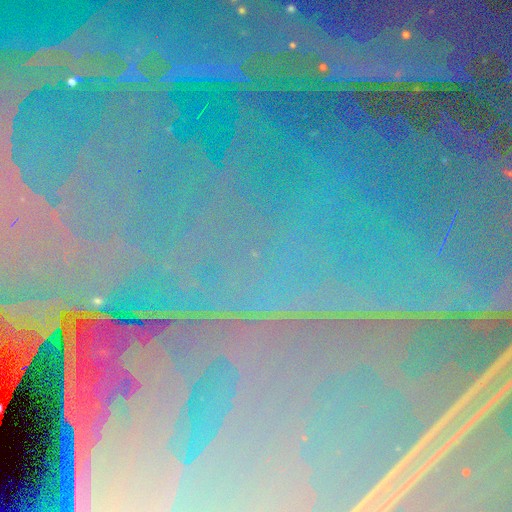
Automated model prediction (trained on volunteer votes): star or artifact 87%, featured or disk 8%, smooth 6%.